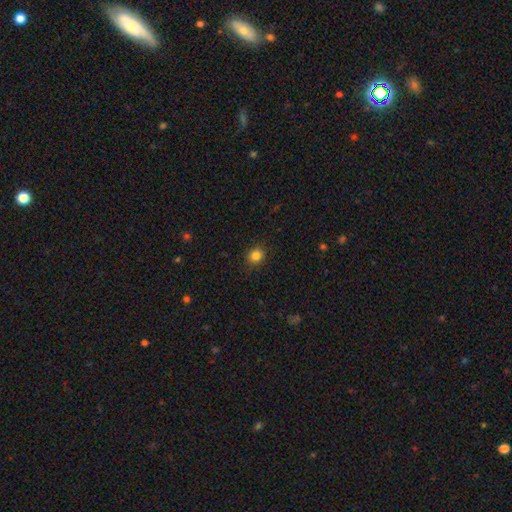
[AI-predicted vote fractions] Smooth or featured? smooth (84%)
How rounded? round (83%)
Merging? none (88%)